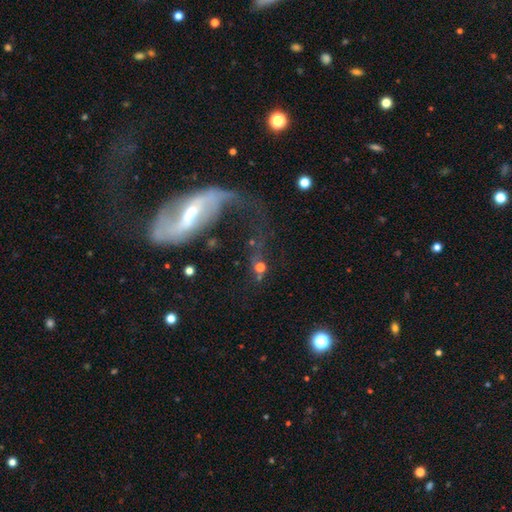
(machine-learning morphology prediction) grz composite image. It shows a featured or disk galaxy (82%) with a strong bar (44%), 2 (82%) loose (74%) spiral arms (90%) and a moderate central bulge (45%, tied with small). Merging: none (41%).